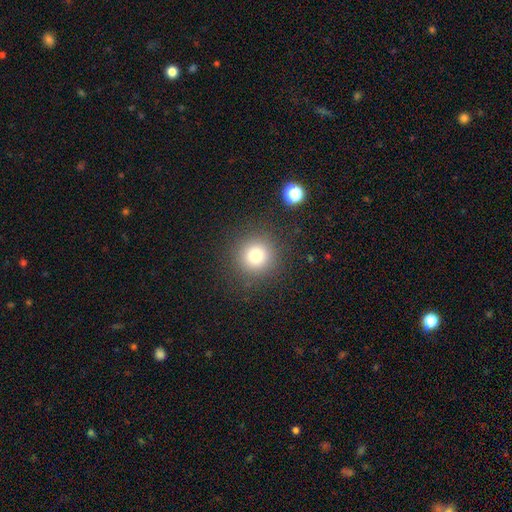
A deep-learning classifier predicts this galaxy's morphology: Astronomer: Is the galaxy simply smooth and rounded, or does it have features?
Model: smooth — 77%.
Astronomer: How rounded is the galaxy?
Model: round — 94%.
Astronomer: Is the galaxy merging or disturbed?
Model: none — 88%.